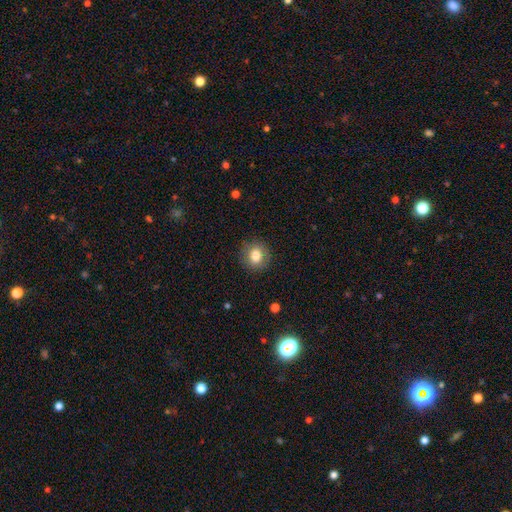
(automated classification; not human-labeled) This is clearly a smooth galaxy (82%). How rounded: clearly round (83%). Merging: clearly none (88%).